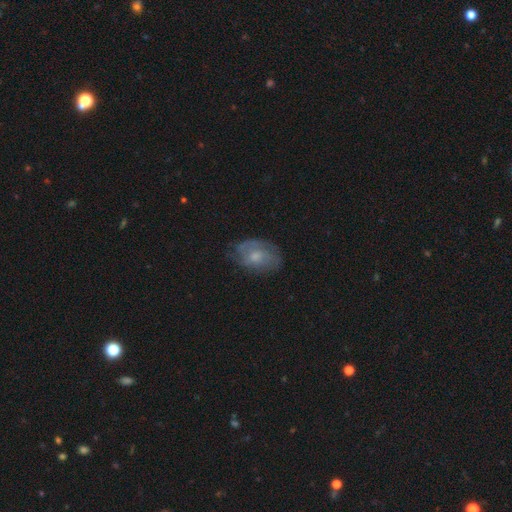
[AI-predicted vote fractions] featured or disk 53%, smooth 39%, star or artifact 8%. Down the decision tree: edge-on disk — no (96%); bar — no (76%); spiral arms — yes (72%); bulge size — moderate (48%); merging — none (65%).